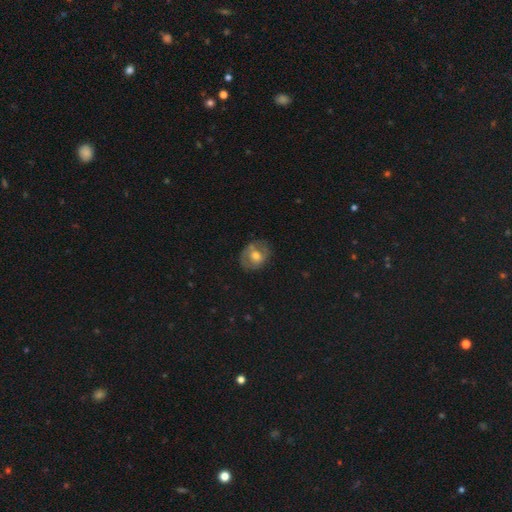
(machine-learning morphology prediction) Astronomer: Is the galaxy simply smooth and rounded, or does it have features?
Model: smooth — 48% (runner-up: featured or disk, 45%).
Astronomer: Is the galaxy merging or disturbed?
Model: none — 69%.